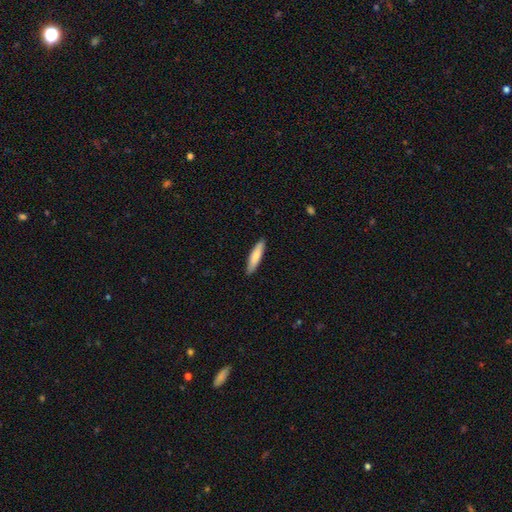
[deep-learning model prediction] Smooth or featured? smooth (78%)
How rounded? cigar-shaped (79%)
Merging? none (89%)